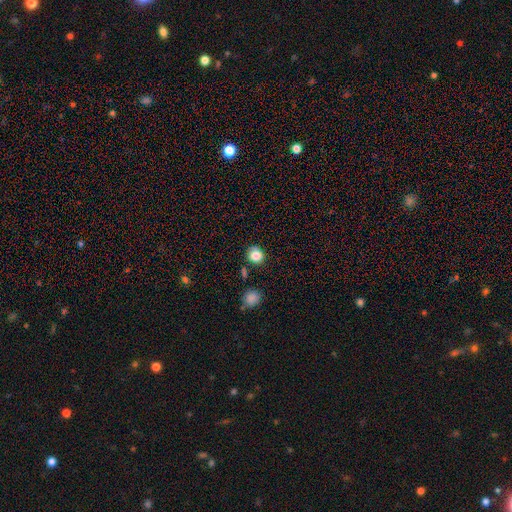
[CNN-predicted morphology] A smooth galaxy with no disk features (83%) that is round (85%).

Vote fractions:
- Smooth or featured? smooth: 83% / star or artifact: 11% / featured or disk: 6%
- How rounded? round: 85% / in between: 14% / cigar-shaped: 1%
- Merging? none: 81% / minor disturbance: 11% / merger: 5% / major disturbance: 3%